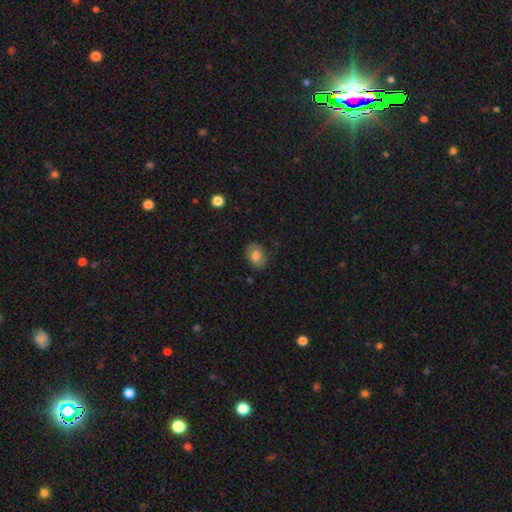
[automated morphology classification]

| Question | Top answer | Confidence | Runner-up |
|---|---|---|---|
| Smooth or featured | smooth | 74% | featured or disk (18%) |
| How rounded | in between | 73% | round (25%) |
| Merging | none | 76% | minor disturbance (17%) |